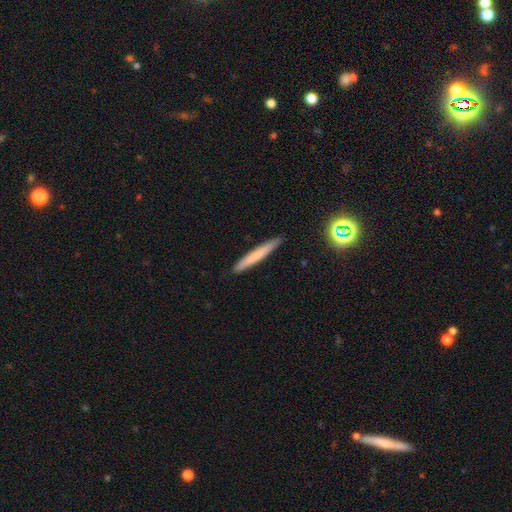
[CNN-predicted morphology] A smooth galaxy with no disk features (68%) that is cigar-shaped (96%).

Vote fractions:
- Smooth or featured? smooth: 68% / featured or disk: 25% / star or artifact: 7%
- How rounded? cigar-shaped: 96% / in between: 3% / round: 1%
- Merging? none: 90% / minor disturbance: 7% / major disturbance: 1% / merger: 1%